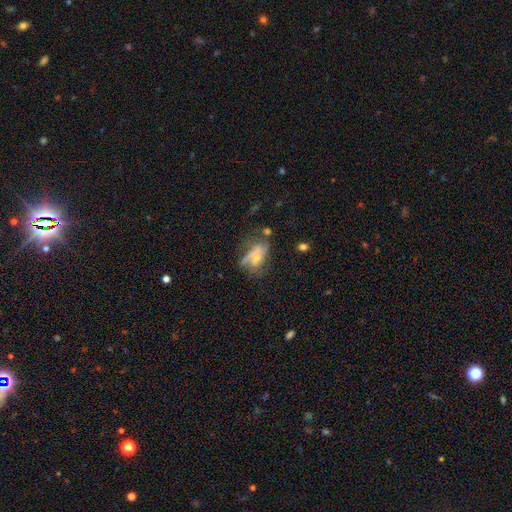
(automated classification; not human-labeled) A smooth galaxy with no disk features (47%). Merging: major disturbance (33%, tied with none).